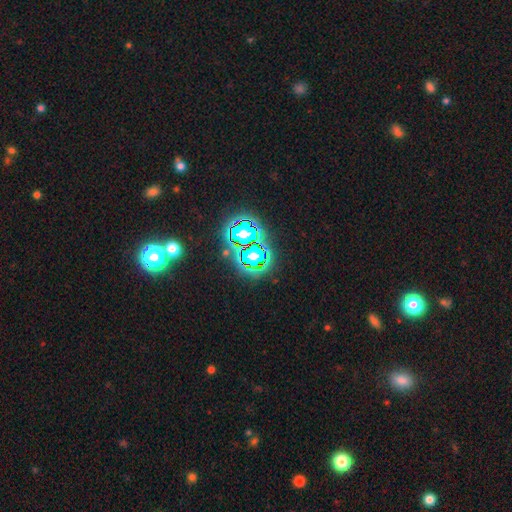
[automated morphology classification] The model was most divided on "smooth or featured": star or artifact: 77%, smooth: 13%, featured or disk: 10%.